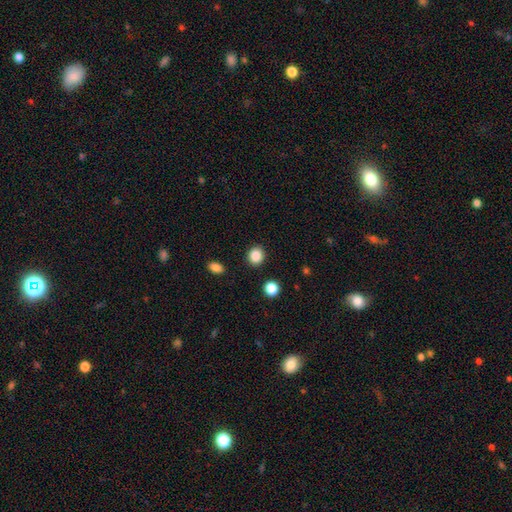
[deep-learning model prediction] smooth-or-featured: smooth: 87% | star or artifact: 10% | featured or disk: 3%
  how-rounded: round: 75% | in between: 24% | cigar-shaped: 1%
  merging: none: 89% | minor disturbance: 6% | major disturbance: 2% | merger: 2%